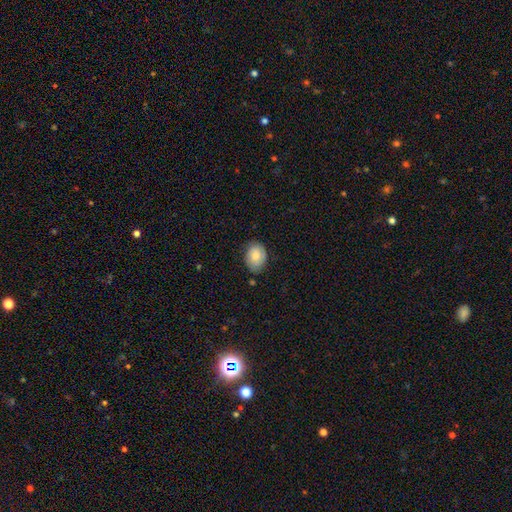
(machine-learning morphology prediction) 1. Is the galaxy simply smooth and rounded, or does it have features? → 79% smooth, 14% featured or disk, 7% star or artifact.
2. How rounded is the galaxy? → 70% in between, 29% round, 1% cigar-shaped.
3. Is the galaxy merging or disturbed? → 74% none, 20% minor disturbance, 4% major disturbance, 2% merger.